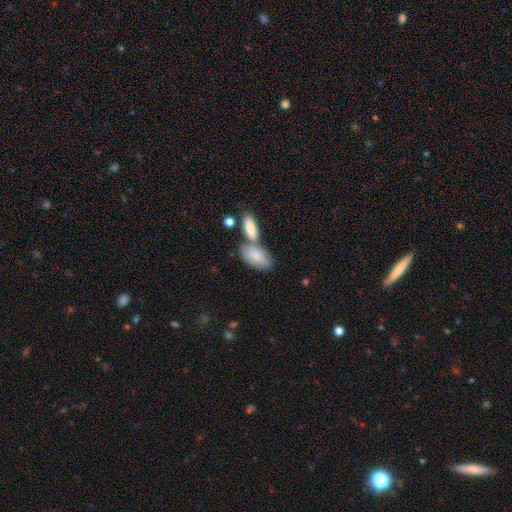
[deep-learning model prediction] Smooth or featured? Predicted: smooth (p=0.81). How rounded? Predicted: in between (p=0.92). Merging? Predicted: none (p=0.41, tied with merger).